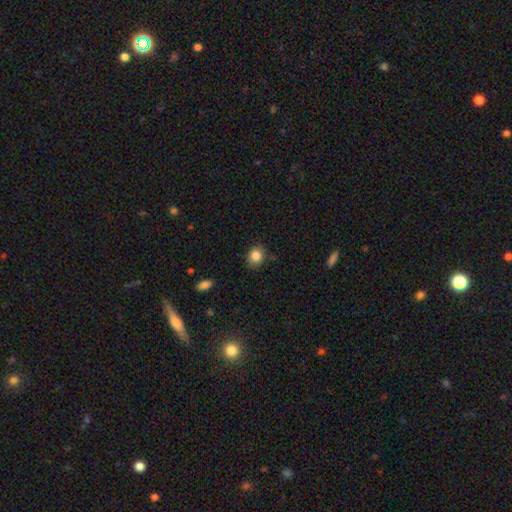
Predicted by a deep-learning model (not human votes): This appears to be a smooth galaxy with no disk features (85%) that is round (62%). Merging: none (82%).